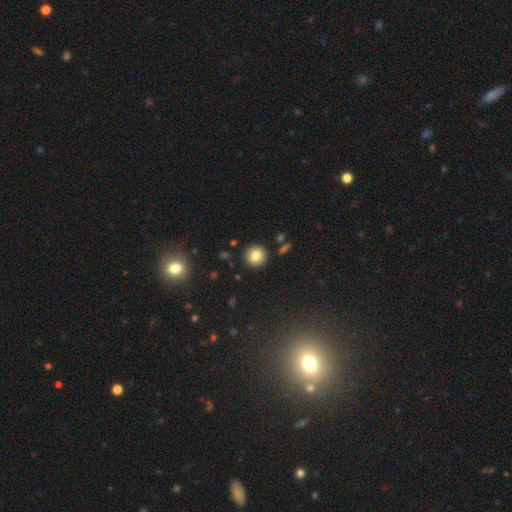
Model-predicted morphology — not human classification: The model was most divided on "smooth or featured": smooth: 81%, star or artifact: 10%, featured or disk: 9%. More confident: how rounded — round (93%); merging — none (90%).